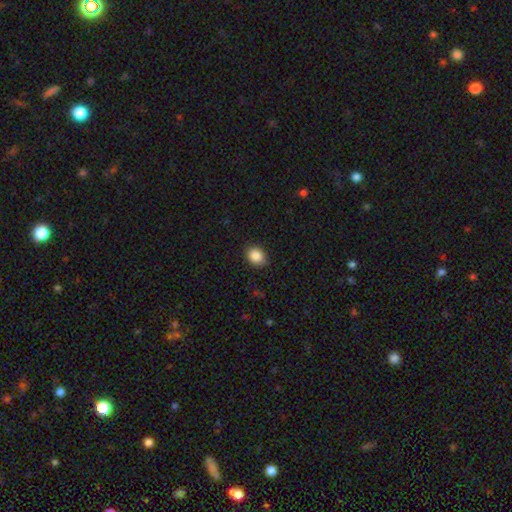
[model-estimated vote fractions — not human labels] Overall: smooth (87%). How rounded: in between (53%; round 46%). Merging: none (86%).